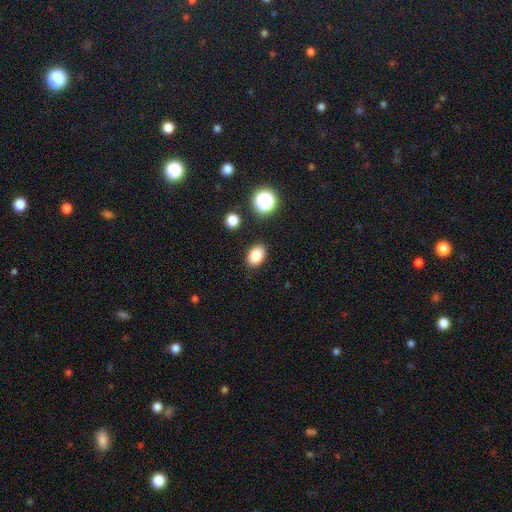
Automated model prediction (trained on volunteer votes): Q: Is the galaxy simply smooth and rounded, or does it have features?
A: smooth — 83%.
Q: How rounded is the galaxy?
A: in between — 77%.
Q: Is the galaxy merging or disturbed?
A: none — 87%.